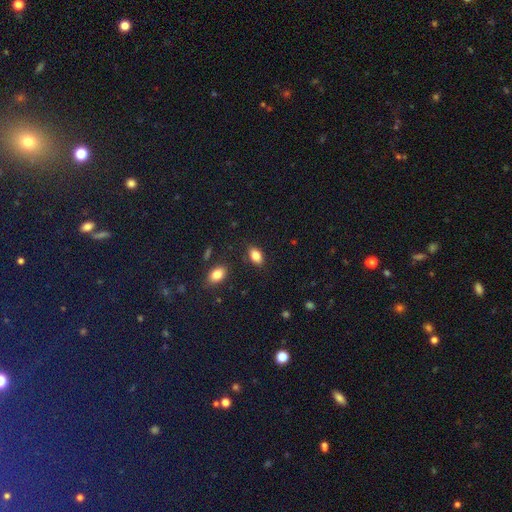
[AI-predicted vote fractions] Smooth or featured: smooth — 85% (star or artifact — 8%)
How rounded: in between — 89% (round — 8%)
Merging: none — 85% (minor disturbance — 10%)